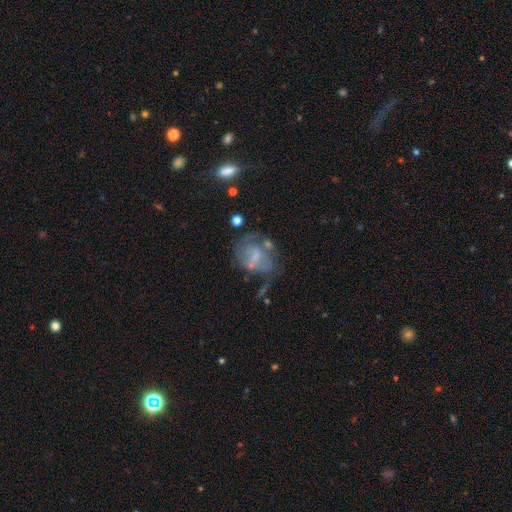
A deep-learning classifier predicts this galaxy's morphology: Q: Smooth or featured?
A: featured or disk (61%); runner-up: smooth (27%)
Q: Edge-on disk?
A: no (97%); runner-up: yes (3%)
Q: Bar?
A: no (49%); runner-up: weak (40%)
Q: Spiral arms?
A: yes (55%); runner-up: no (45%)
Q: Bulge size?
A: small (40%); runner-up: none (33%)
Q: Merging?
A: none (38%); runner-up: major disturbance (29%)